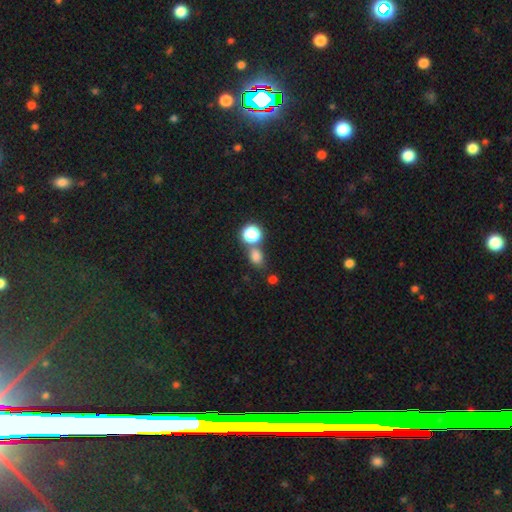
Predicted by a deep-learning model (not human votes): smooth 76%, star or artifact 18%, featured or disk 6%. Down the decision tree: how rounded — round (50%); merging — none (60%).